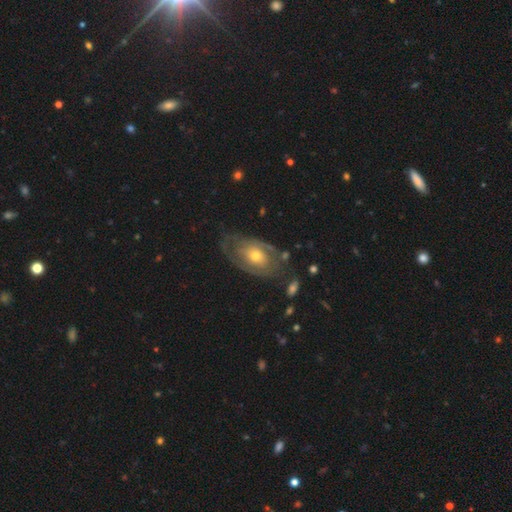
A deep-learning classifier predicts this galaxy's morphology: Q: Smooth or featured?
A: featured or disk (70%); runner-up: smooth (24%)
Q: Edge-on disk?
A: no (93%); runner-up: yes (7%)
Q: Bar?
A: no (78%); runner-up: weak (18%)
Q: Spiral arms?
A: yes (69%); runner-up: no (31%)
Q: Bulge size?
A: moderate (55%); runner-up: small (38%)
Q: Merging?
A: none (61%); runner-up: minor disturbance (22%)